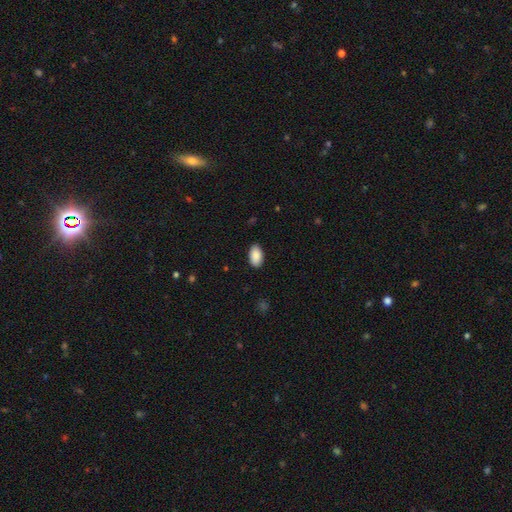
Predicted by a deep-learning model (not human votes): A smooth galaxy with no disk features (90%) that is in between round and cigar-shaped (95%). Merging: none (88%).